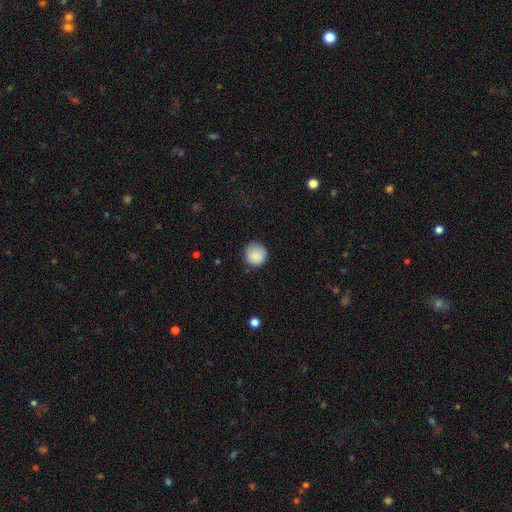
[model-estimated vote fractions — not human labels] The model was most divided on "merging": none: 79%, minor disturbance: 16%, major disturbance: 3%, merger: 1%. More confident: how rounded — round (93%); smooth or featured — smooth (87%).